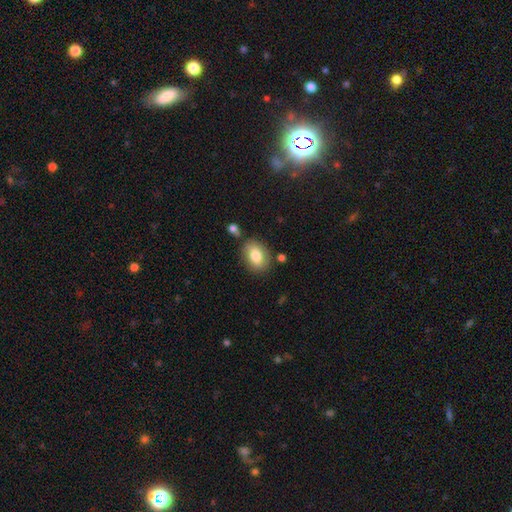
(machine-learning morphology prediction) Overall: smooth (80%). How rounded: in between (78%). Merging: none (76%).